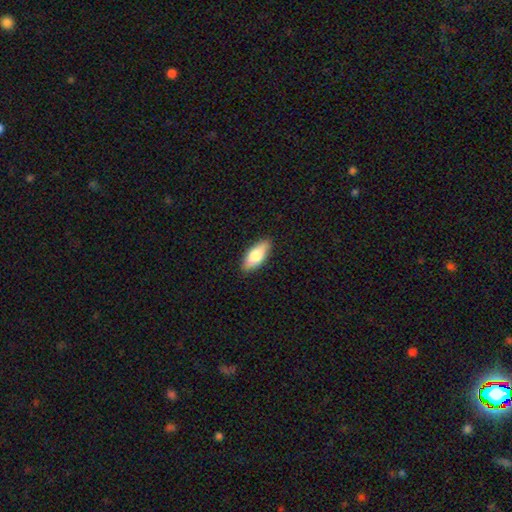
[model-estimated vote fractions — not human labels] Overall: smooth (77%). How rounded: in between (83%). Merging: none (88%).